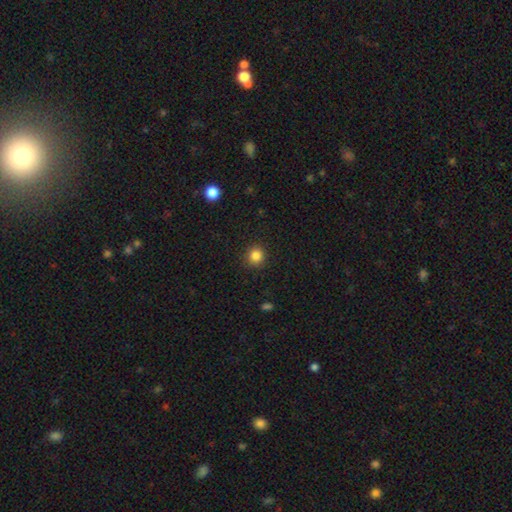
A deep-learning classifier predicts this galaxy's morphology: Smooth or featured: smooth — 85% (star or artifact — 11%)
How rounded: round — 91% (in between — 8%)
Merging: none — 90% (minor disturbance — 6%)